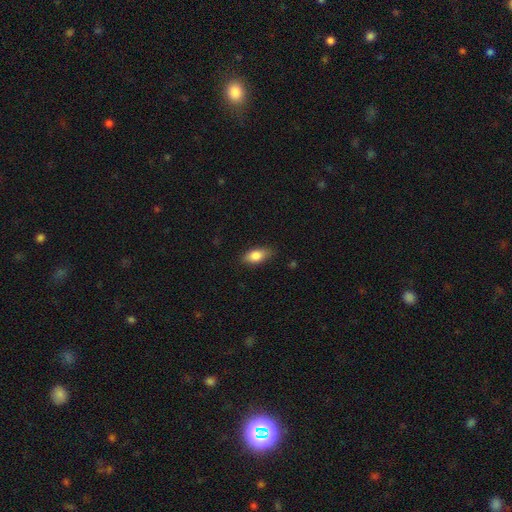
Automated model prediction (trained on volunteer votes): smooth-or-featured: smooth: 84% | featured or disk: 9% | star or artifact: 7%
  how-rounded: in between: 87% | cigar-shaped: 8% | round: 5%
  merging: none: 82% | minor disturbance: 14% | major disturbance: 3% | merger: 1%